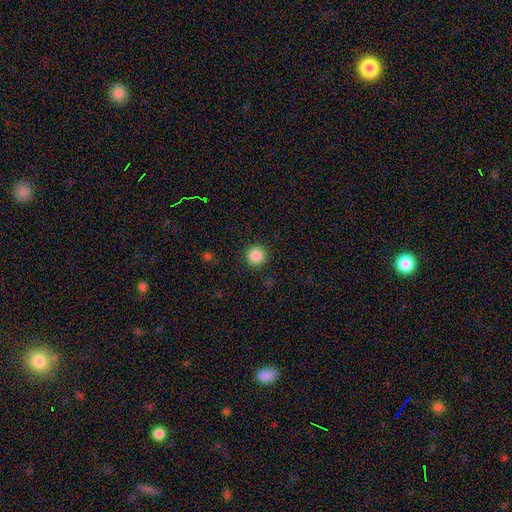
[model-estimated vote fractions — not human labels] Morphology: type=smooth (87%); roundness=round (95%); merging=none (91%).